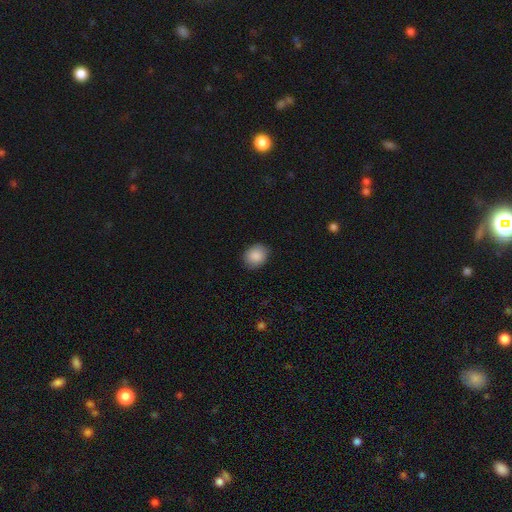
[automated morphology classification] Overall: smooth (88%). How rounded: round (58%; in between 41%). Merging: none (86%).